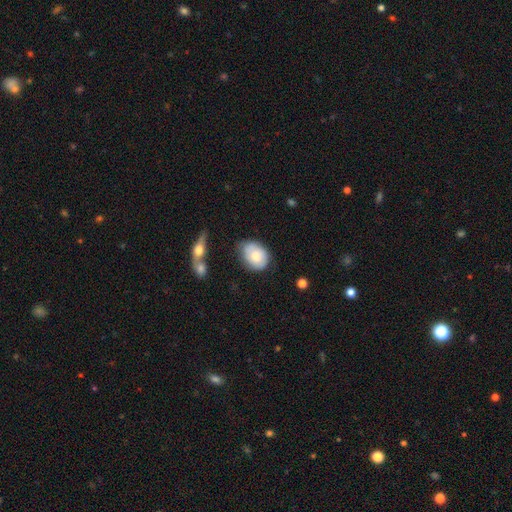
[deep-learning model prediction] Morphology: type=smooth (70%); roundness=in between (65%); merging=none (57%).